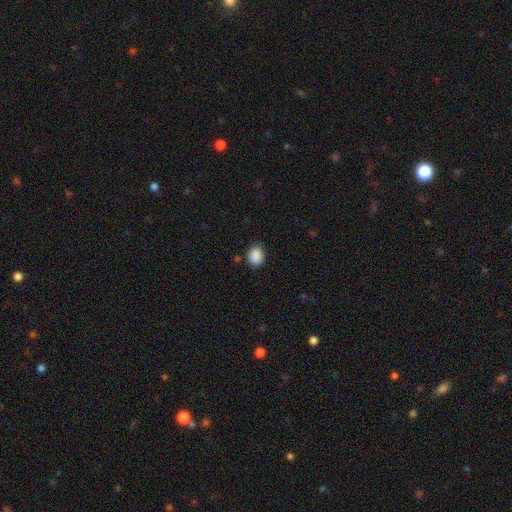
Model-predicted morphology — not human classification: Smooth or featured: smooth — 89% (star or artifact — 8%)
How rounded: in between — 51% (round — 49%)
Merging: none — 77% (minor disturbance — 17%)